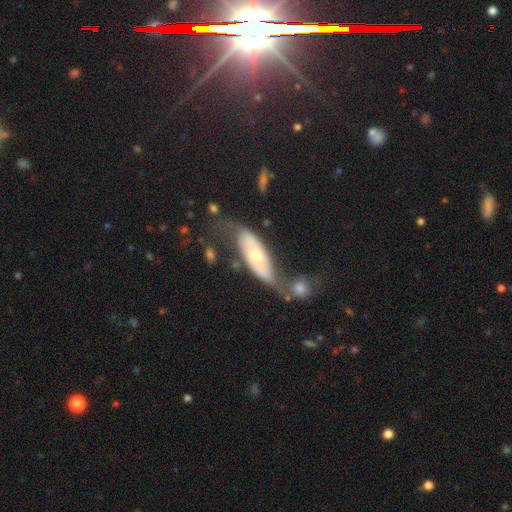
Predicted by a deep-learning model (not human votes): This appears to be a featured or disk galaxy (58%). Merging: none (34%).